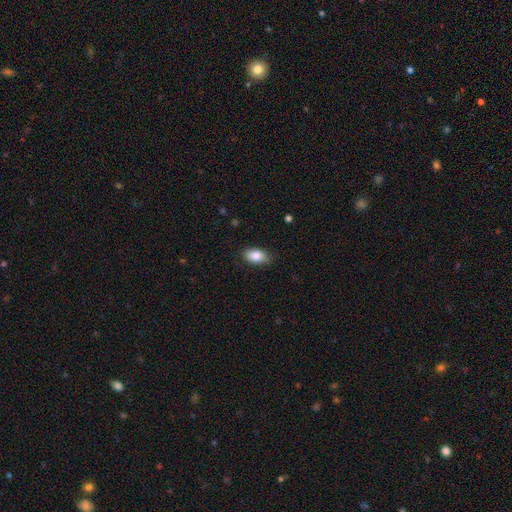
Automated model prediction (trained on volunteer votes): Smooth or featured?
  - smooth: 85% *
  - featured or disk: 8%
  - star or artifact: 7%
How rounded?
  - in between: 91% *
  - round: 7%
  - cigar-shaped: 3%
Merging?
  - none: 83% *
  - minor disturbance: 13%
  - major disturbance: 3%
  - merger: 1%